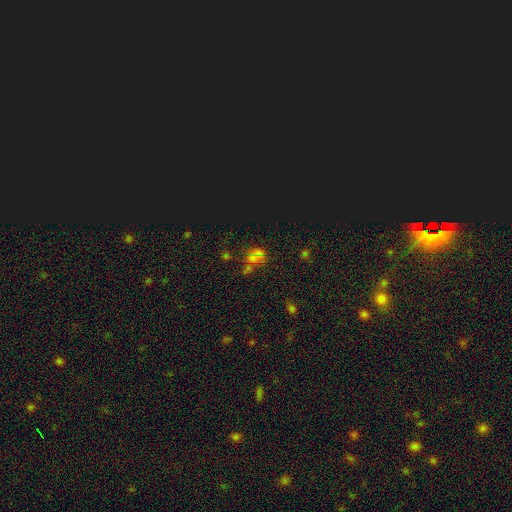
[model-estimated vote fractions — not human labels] Smooth or featured? Predicted: star or artifact (p=0.61).